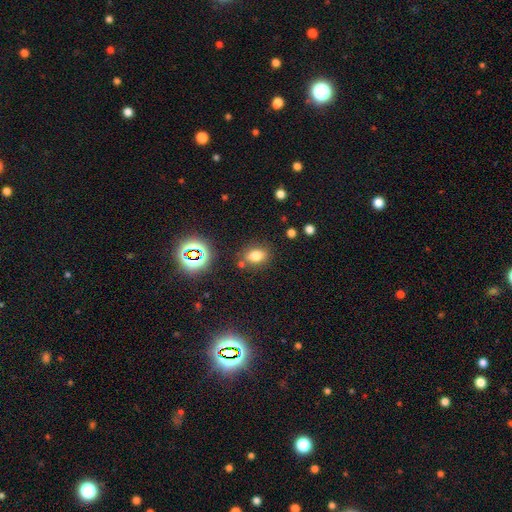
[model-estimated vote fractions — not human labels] Morphology: type=smooth (74%); roundness=in between (74%); merging=none (76%).